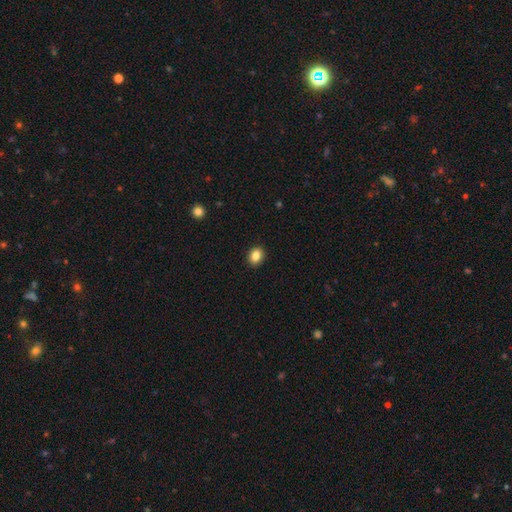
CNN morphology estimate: Q: Smooth or featured?
A: smooth (85%); runner-up: star or artifact (10%)
Q: How rounded?
A: round (55%); runner-up: in between (44%)
Q: Merging?
A: none (92%); runner-up: minor disturbance (6%)